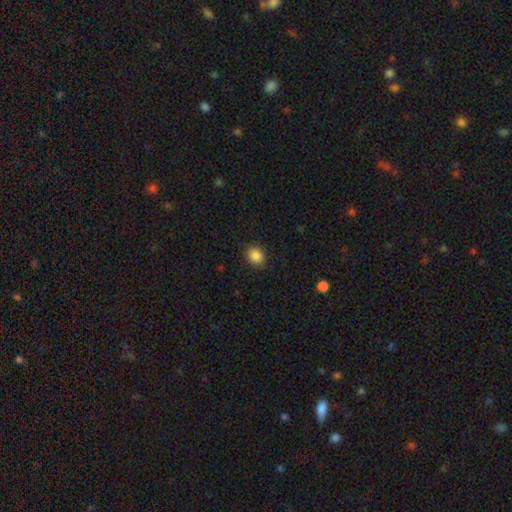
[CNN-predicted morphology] Smooth or featured: smooth — 87% (star or artifact — 9%)
How rounded: round — 66% (in between — 33%)
Merging: none — 87% (minor disturbance — 9%)